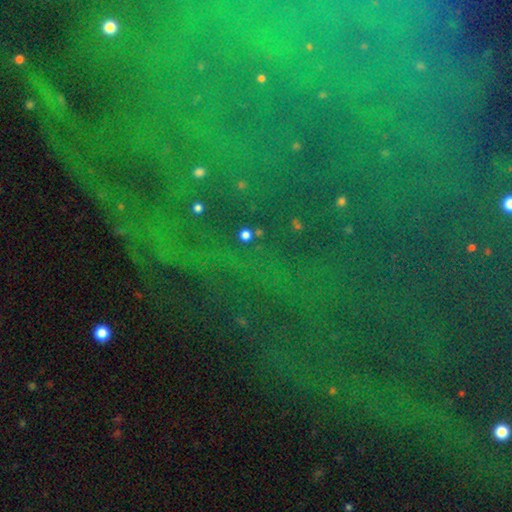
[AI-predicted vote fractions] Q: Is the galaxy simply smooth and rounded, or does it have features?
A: star or artifact — 82%.